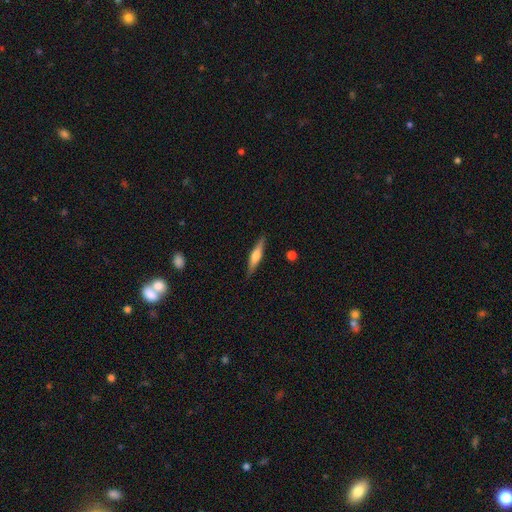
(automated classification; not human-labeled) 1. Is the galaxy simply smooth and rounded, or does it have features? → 48% featured or disk, 46% smooth, 6% star or artifact.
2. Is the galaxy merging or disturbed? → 88% none, 9% minor disturbance, 2% major disturbance, 1% merger.